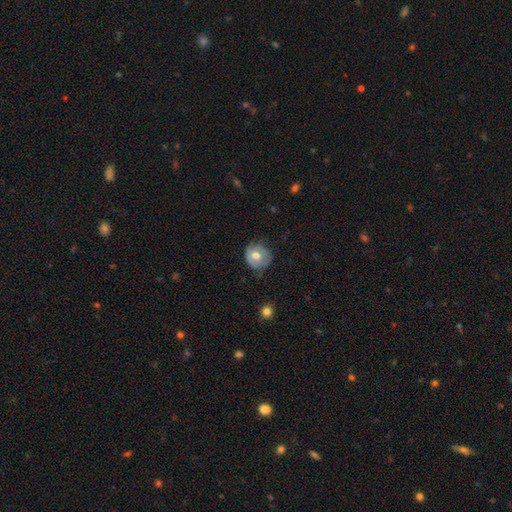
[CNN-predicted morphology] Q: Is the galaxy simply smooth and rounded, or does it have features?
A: smooth — 55%.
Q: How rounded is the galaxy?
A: round — 83%.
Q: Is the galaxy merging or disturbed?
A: none — 60%.